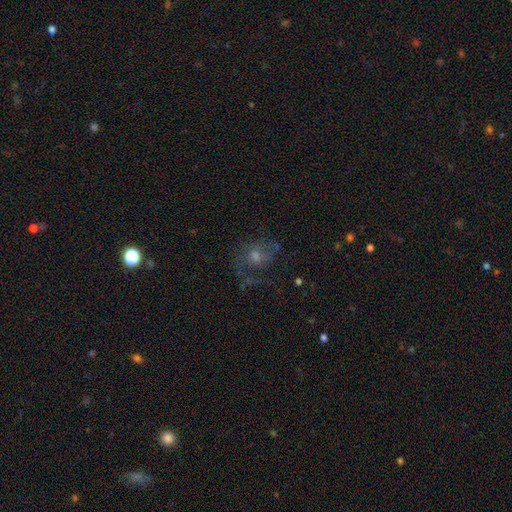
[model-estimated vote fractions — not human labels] Smooth or featured? featured or disk (55%)
Edge-on disk? no (96%)
Bar? no (77%)
Spiral arms? yes (76%)
Bulge size? moderate (50%)
Merging? none (51%)